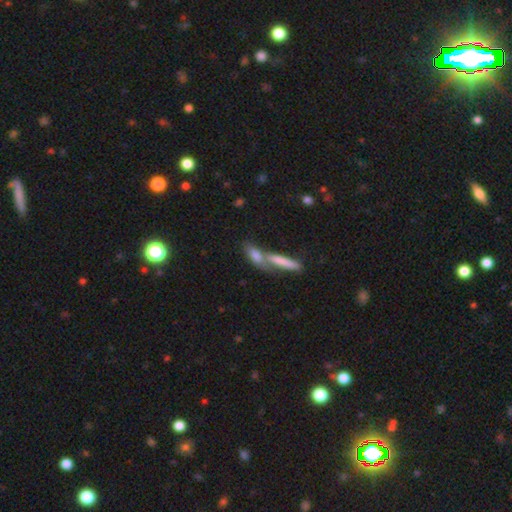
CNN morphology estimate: Smooth or featured: smooth — 71% (featured or disk — 20%)
How rounded: cigar-shaped — 58% (in between — 38%)
Merging: merger — 49% (none — 38%)